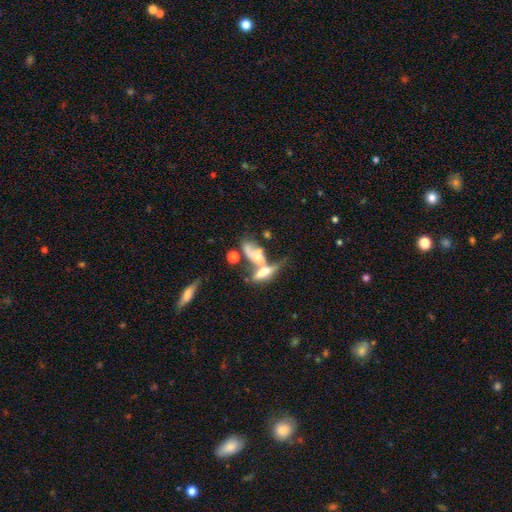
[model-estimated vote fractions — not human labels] A smooth galaxy with no disk features (49%).

Vote fractions:
- Smooth or featured? smooth: 49% / featured or disk: 41% / star or artifact: 10%
- Merging? merger: 63% / none: 15% / major disturbance: 13% / minor disturbance: 9%